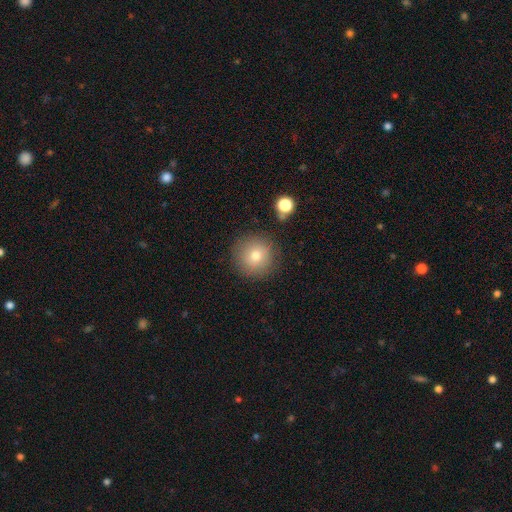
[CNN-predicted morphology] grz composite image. It shows a smooth galaxy with no disk features (77%) that is round (95%). Merging: none (86%).